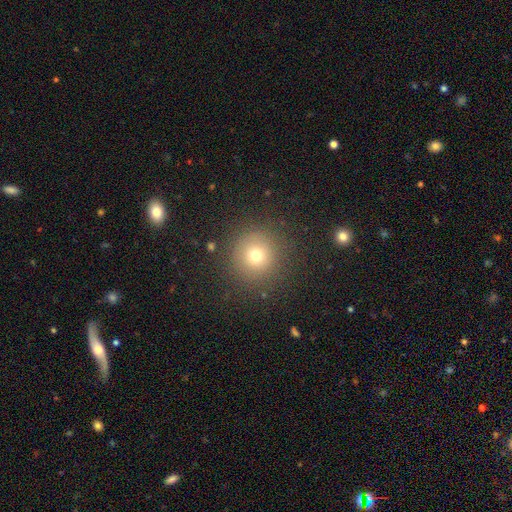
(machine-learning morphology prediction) smooth_or_featured: smooth (p=0.72) [alt: star or artifact p=0.17]
how_rounded: round (p=0.95) [alt: in between p=0.04]
merging: none (p=0.87) [alt: minor disturbance p=0.07]